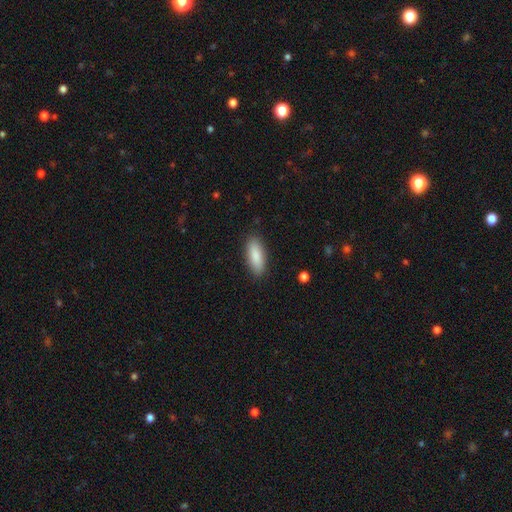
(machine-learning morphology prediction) The model was most divided on "how rounded": in between: 70%, cigar-shaped: 28%, round: 2%. More confident: merging — none (88%); smooth or featured — smooth (87%).